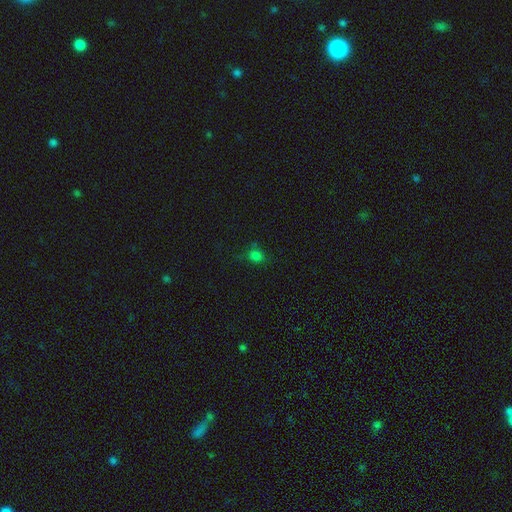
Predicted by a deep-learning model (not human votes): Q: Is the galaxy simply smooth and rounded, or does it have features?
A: smooth — 73%.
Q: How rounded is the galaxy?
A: round — 62%.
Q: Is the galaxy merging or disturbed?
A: none — 72%.